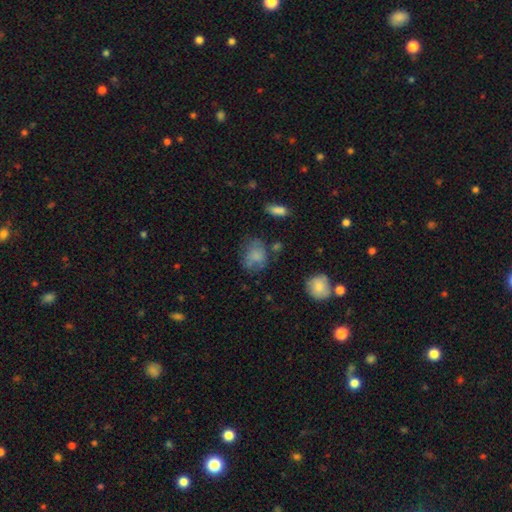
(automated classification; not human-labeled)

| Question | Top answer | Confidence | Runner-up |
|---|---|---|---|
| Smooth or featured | smooth | 68% | featured or disk (21%) |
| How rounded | in between | 51% | round (48%) |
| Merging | none | 50% | minor disturbance (26%) |